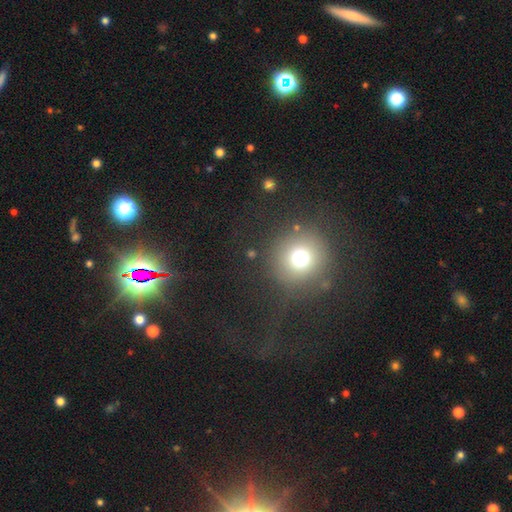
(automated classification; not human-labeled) Overall: smooth (61%; star or artifact 27%). How rounded: round (94%). Merging: none (71%).